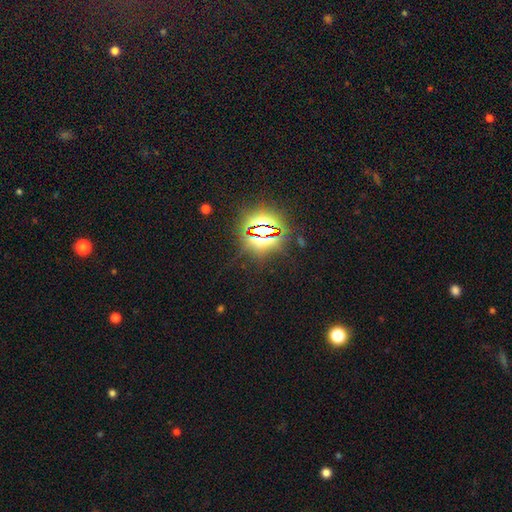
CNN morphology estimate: A star or artifact, not a galaxy (83%).